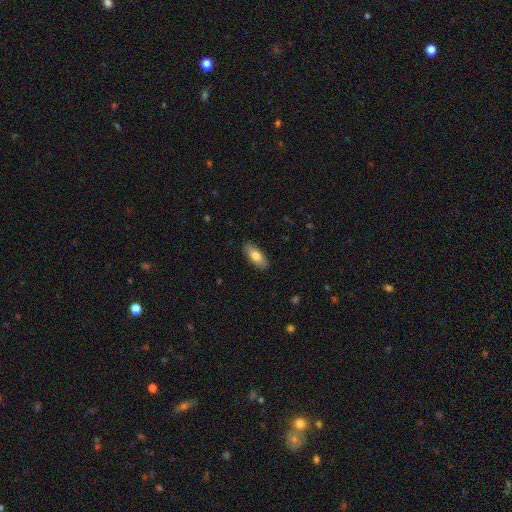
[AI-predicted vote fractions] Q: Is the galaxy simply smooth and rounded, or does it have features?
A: smooth — 79%.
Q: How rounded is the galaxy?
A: in between — 78%.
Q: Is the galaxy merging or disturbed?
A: none — 88%.